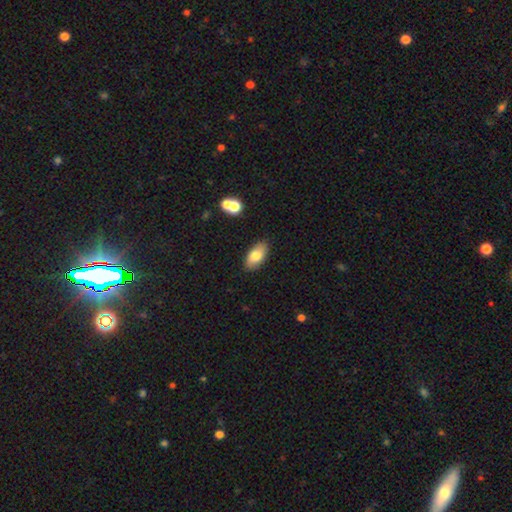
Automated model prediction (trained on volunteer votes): Smooth or featured? smooth (79%)
How rounded? in between (92%)
Merging? none (87%)